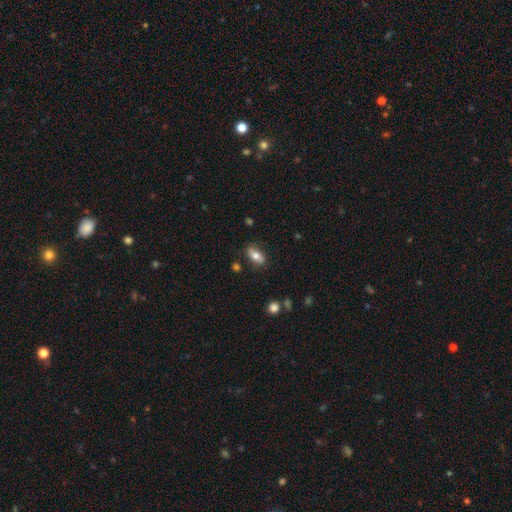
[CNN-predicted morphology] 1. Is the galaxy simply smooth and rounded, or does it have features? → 70% smooth, 23% featured or disk, 8% star or artifact.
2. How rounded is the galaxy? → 85% in between, 9% cigar-shaped, 6% round.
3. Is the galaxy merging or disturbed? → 78% none, 16% minor disturbance, 4% major disturbance, 2% merger.